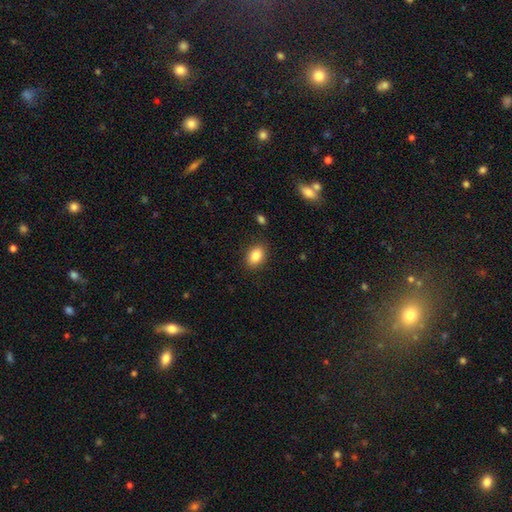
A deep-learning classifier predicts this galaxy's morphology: Smooth or featured? smooth (85%)
How rounded? in between (79%)
Merging? none (87%)